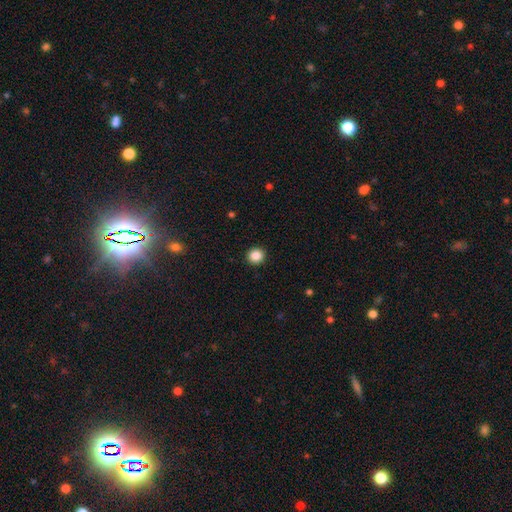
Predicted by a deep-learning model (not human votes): smooth 87%, star or artifact 10%, featured or disk 3%. Down the decision tree: how rounded — round (93%); merging — none (93%).